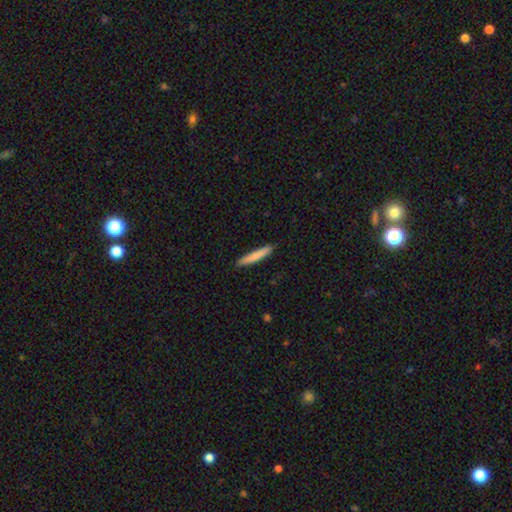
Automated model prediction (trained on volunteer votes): smooth 78%, featured or disk 17%, star or artifact 5%. Down the decision tree: how rounded — cigar-shaped (93%); merging — none (90%).